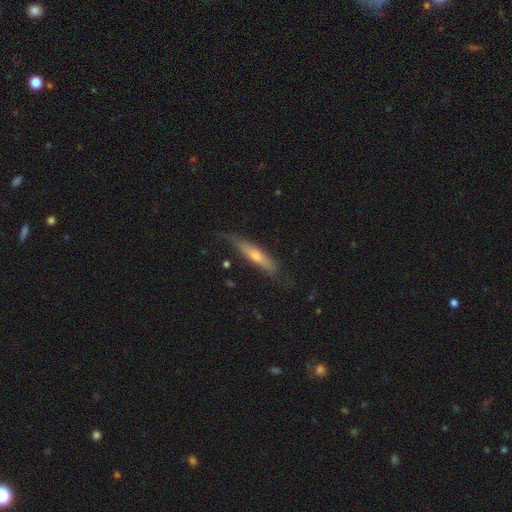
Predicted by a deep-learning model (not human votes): Q: Smooth or featured?
A: featured or disk (49%); runner-up: smooth (45%)
Q: Merging?
A: none (68%); runner-up: minor disturbance (24%)